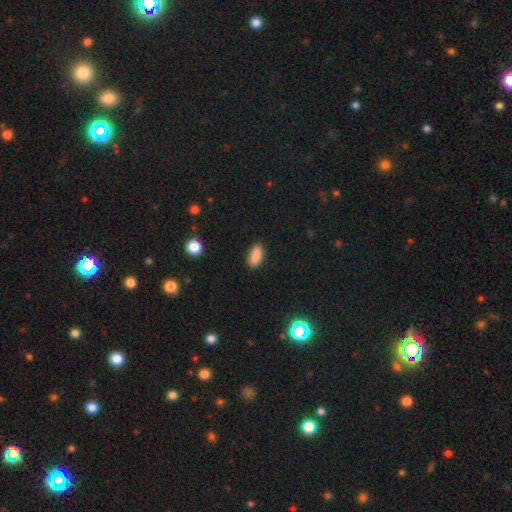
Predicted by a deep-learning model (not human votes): Smooth or featured? Predicted: smooth (p=0.88). How rounded? Predicted: in between (p=0.91). Merging? Predicted: none (p=0.88).